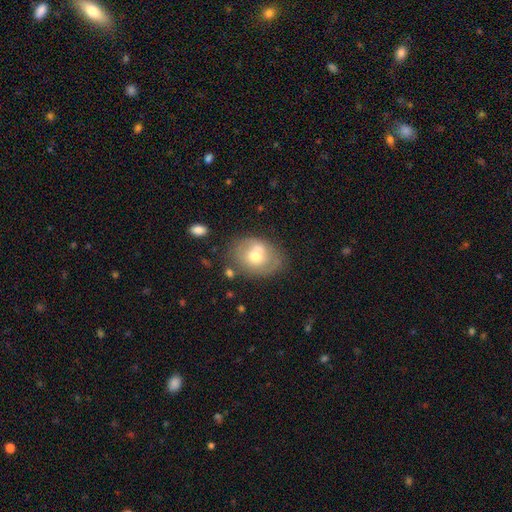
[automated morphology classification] smooth 57%, featured or disk 34%, star or artifact 9%. Down the decision tree: how rounded — in between (60%); merging — none (55%).